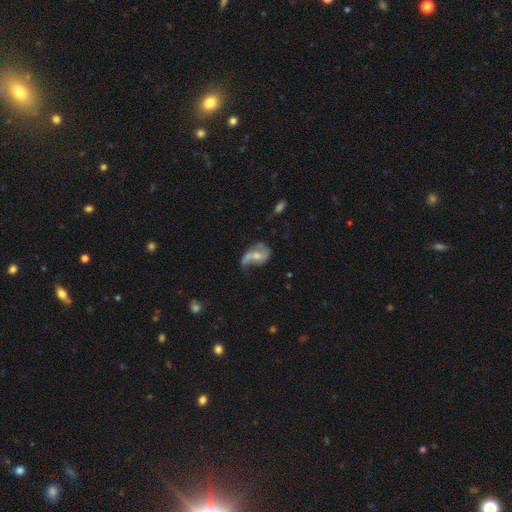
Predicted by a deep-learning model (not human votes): smooth_or_featured: featured or disk (p=0.72) [alt: smooth p=0.21]
disk_edge_on: no (p=0.96) [alt: yes p=0.04]
bar: no (p=0.40) [tied with: weak p=0.40]
has_spiral_arms: yes (p=0.84) [alt: no p=0.16]
spiral_winding: loose (p=0.75) [alt: medium p=0.19]
spiral_arm_count: 2 (p=0.73) [alt: 1 p=0.18]
bulge_size: moderate (p=0.45) [alt: small p=0.43]
merging: none (p=0.40) [alt: minor disturbance p=0.28]